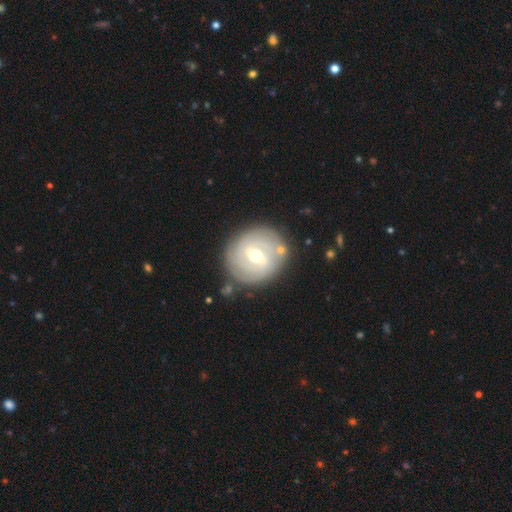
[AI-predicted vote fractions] Smooth or featured?
  - featured or disk: 76% *
  - smooth: 19%
  - star or artifact: 5%
Edge-on disk?
  - no: 97% *
  - yes: 3%
Bar?
  - weak: 58% *
  - strong: 25%
  - no: 17%
Spiral arms?
  - yes: 86% *
  - no: 14%
Spiral winding?
  - tight: 72% *
  - medium: 21%
  - loose: 7%
Spiral arm count?
  - 2: 35% * (tied)
  - can't tell: 35% * (tied)
  - 3: 14%
  - 4: 7%
  - 1: 4%
  - more than 4: 4%
Bulge size?
  - moderate: 67% *
  - small: 28%
  - large: 4%
  - none: 1%
  - dominant: 1%
Merging?
  - none: 81% *
  - minor disturbance: 11%
  - merger: 4%
  - major disturbance: 4%